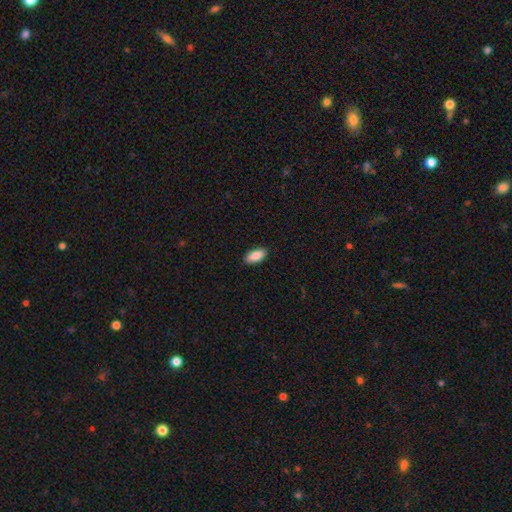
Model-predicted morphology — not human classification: Smooth or featured? smooth (89%)
How rounded? in between (90%)
Merging? none (90%)